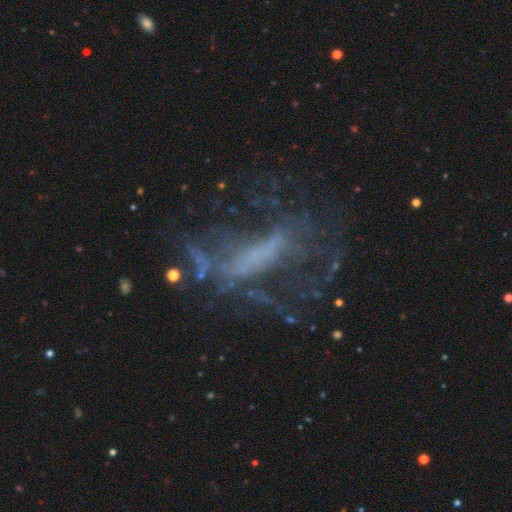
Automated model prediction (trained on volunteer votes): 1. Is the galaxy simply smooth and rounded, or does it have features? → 61% featured or disk, 23% star or artifact, 16% smooth.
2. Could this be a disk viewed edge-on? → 85% no, 15% yes.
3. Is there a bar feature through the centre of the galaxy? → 53% no, 25% strong, 22% weak.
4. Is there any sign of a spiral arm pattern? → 70% no, 30% yes.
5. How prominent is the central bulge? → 66% none, 17% small, 10% moderate, 5% large, 2% dominant.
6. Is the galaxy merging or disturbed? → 40% major disturbance, 39% none, 15% minor disturbance, 6% merger.